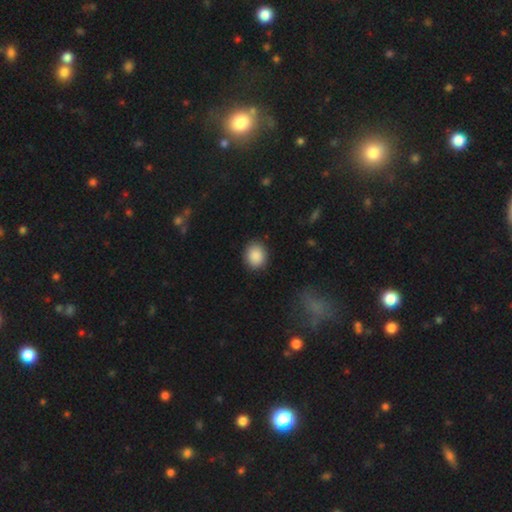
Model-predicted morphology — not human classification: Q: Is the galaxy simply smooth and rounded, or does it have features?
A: smooth — 89%.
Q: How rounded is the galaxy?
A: round — 70%.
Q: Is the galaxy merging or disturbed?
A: none — 89%.